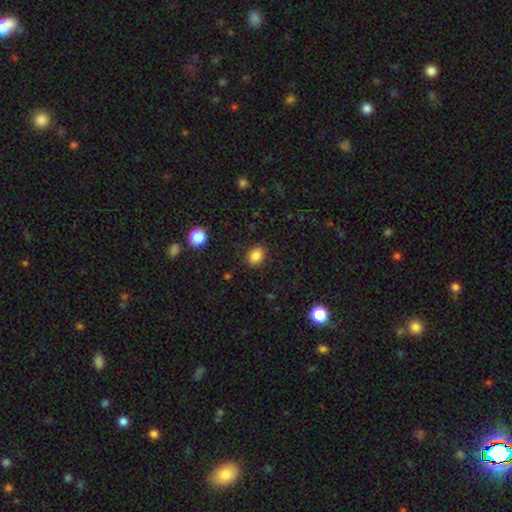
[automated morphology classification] This appears to be a smooth galaxy with no disk features (86%) that is in between round and cigar-shaped (67%). Merging: none (86%).